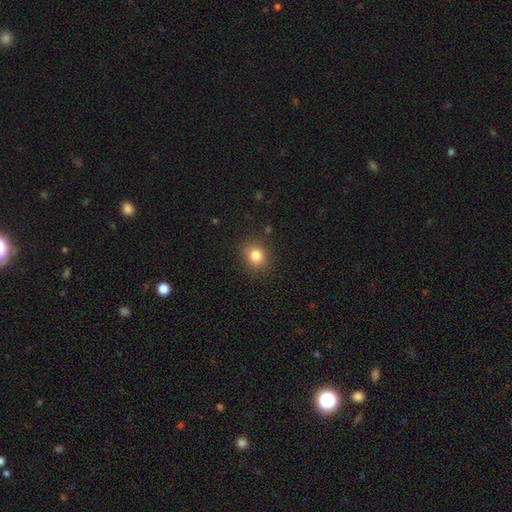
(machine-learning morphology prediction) type=smooth (82%); roundness=round (77%); merging=none (87%).